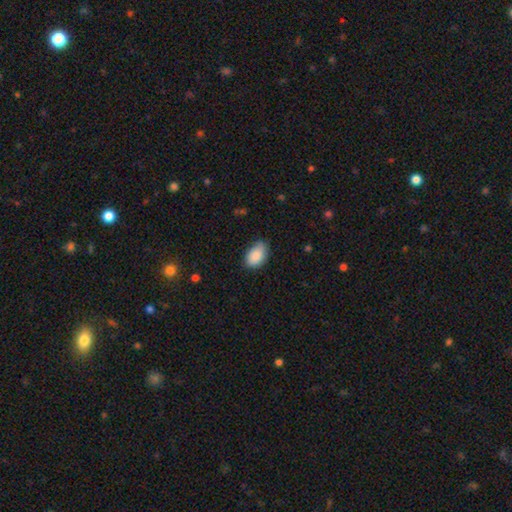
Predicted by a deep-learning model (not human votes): smooth-or-featured: smooth: 88% | star or artifact: 7% | featured or disk: 6%
  how-rounded: in between: 90% | round: 9% | cigar-shaped: 1%
  merging: none: 71% | minor disturbance: 24% | major disturbance: 3% | merger: 1%